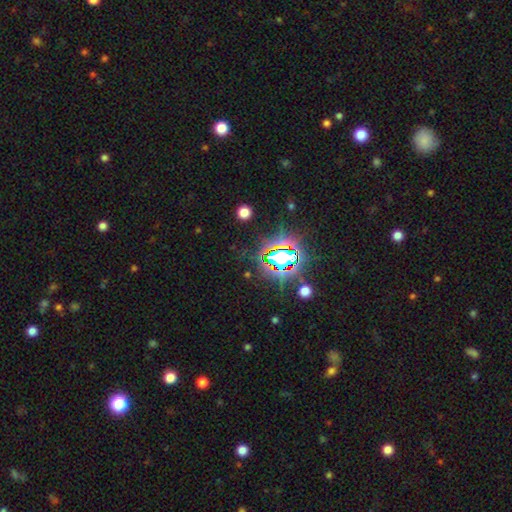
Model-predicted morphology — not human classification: This appears to be a star or artifact, not a galaxy (79%).